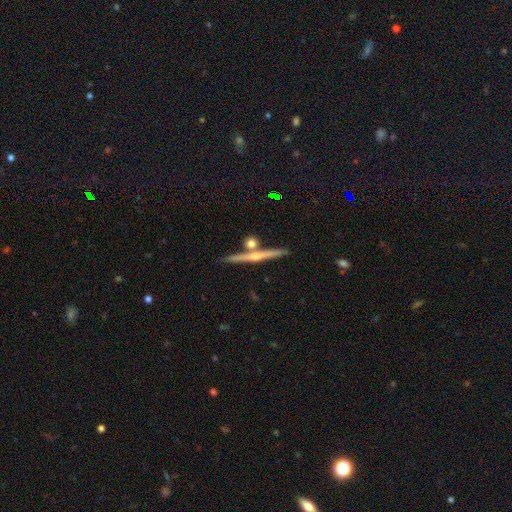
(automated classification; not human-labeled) Smooth or featured? featured or disk (70%)
Edge-on disk? yes (98%)
Edge-on bulge? rounded (71%)
Merging? none (81%)